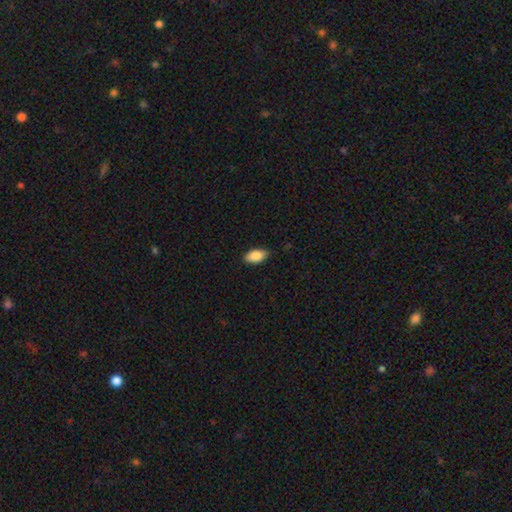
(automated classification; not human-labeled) Smooth or featured?
  - smooth: 85% *
  - featured or disk: 8%
  - star or artifact: 7%
How rounded?
  - in between: 92% *
  - cigar-shaped: 4%
  - round: 3%
Merging?
  - none: 85% *
  - minor disturbance: 12%
  - major disturbance: 2%
  - merger: 1%